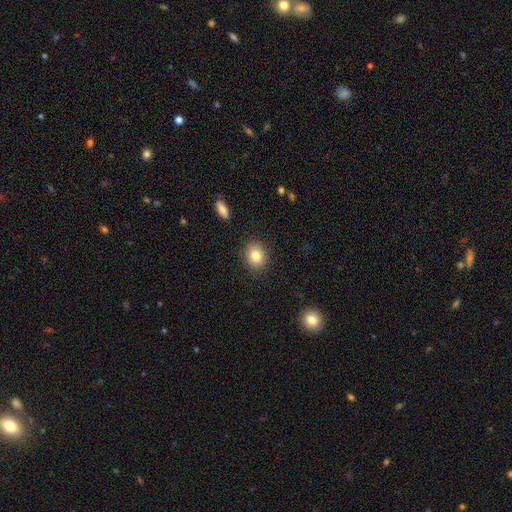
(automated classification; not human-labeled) The model was most divided on "how rounded": round: 59%, in between: 40%, cigar-shaped: 1%. More confident: merging — none (87%); smooth or featured — smooth (82%).